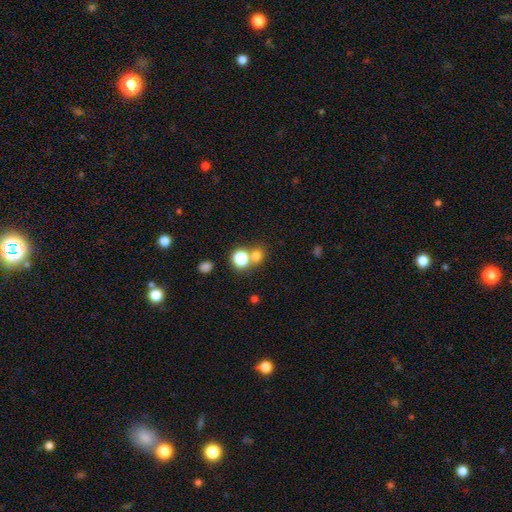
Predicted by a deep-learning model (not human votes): Smooth or featured: smooth — 73% (star or artifact — 20%)
How rounded: round — 82% (in between — 17%)
Merging: none — 56% (merger — 34%)